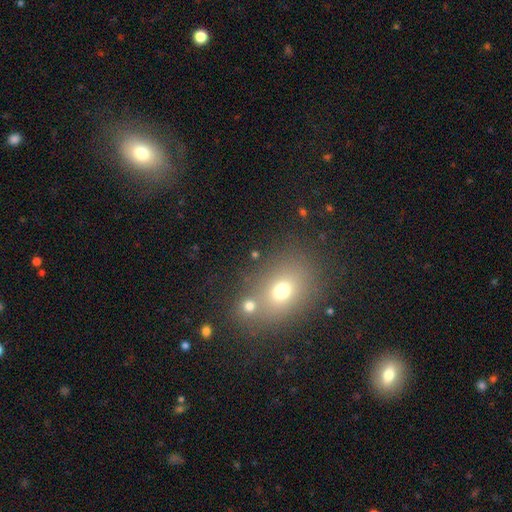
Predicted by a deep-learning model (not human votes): Smooth or featured?
  - smooth: 63% *
  - star or artifact: 22%
  - featured or disk: 15%
How rounded?
  - in between: 54% *
  - round: 44%
  - cigar-shaped: 2%
Merging?
  - none: 61% *
  - merger: 22%
  - minor disturbance: 12%
  - major disturbance: 6%